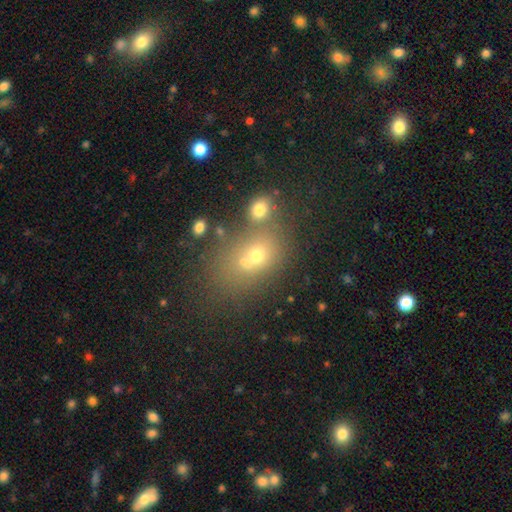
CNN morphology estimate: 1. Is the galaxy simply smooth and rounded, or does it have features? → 60% smooth, 20% featured or disk, 20% star or artifact.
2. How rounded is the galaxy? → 50% in between, 49% round, 2% cigar-shaped.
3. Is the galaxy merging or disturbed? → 46% merger, 36% none, 10% minor disturbance, 8% major disturbance.